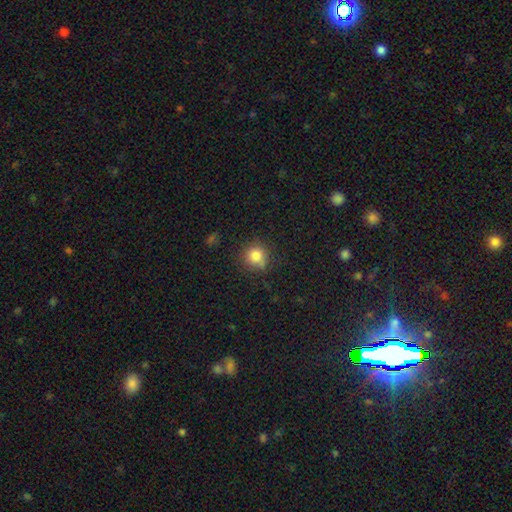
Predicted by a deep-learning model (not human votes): Overall: smooth (82%). How rounded: round (89%). Merging: none (74%).